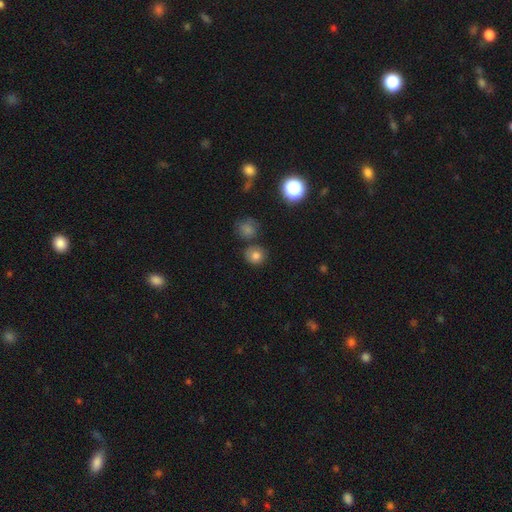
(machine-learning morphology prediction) A smooth galaxy with no disk features (77%) that is round (85%).

Vote fractions:
- Smooth or featured? smooth: 77% / star or artifact: 15% / featured or disk: 8%
- How rounded? round: 85% / in between: 14% / cigar-shaped: 1%
- Merging? none: 73% / minor disturbance: 12% / merger: 12% / major disturbance: 4%